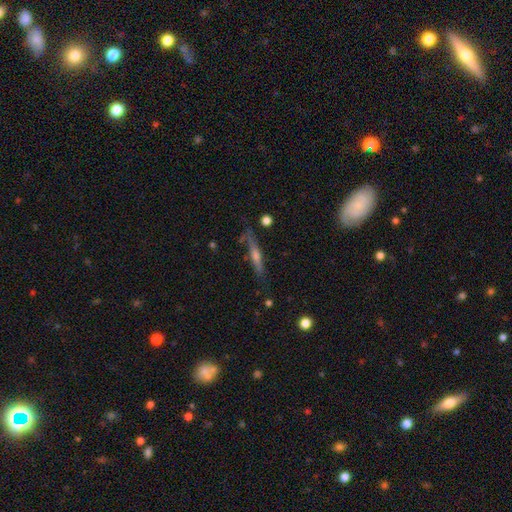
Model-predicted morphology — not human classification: This is likely a featured or disk galaxy (61%). It is clearly viewed edge-on (93%). Edge-on bulge: likely rounded (71%). Merging: likely none (76%).